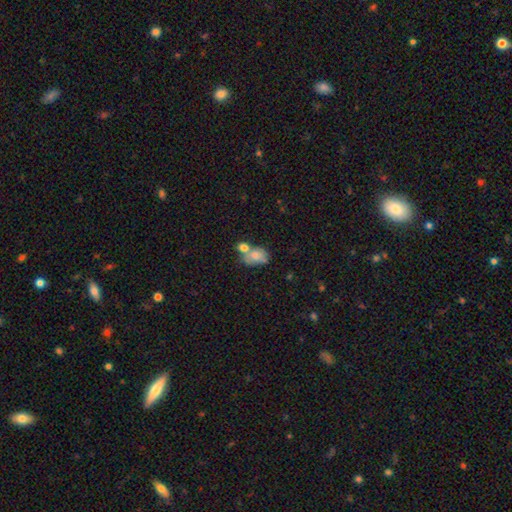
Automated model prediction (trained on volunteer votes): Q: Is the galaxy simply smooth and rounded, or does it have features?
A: smooth — 71%.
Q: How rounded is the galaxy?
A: in between — 76%.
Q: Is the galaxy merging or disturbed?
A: merger — 48%.